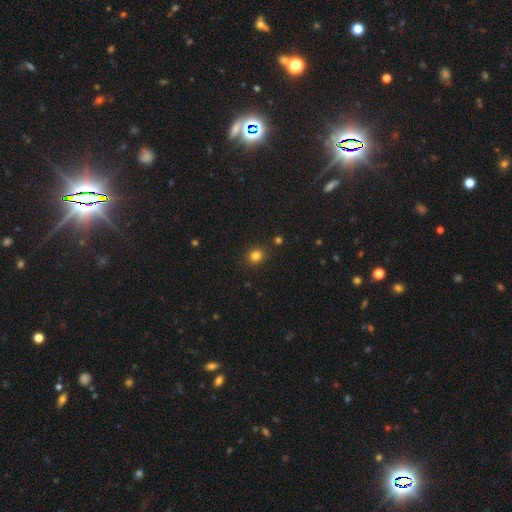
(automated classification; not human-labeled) A smooth galaxy with no disk features (81%) that is round (79%). Merging: none (88%).